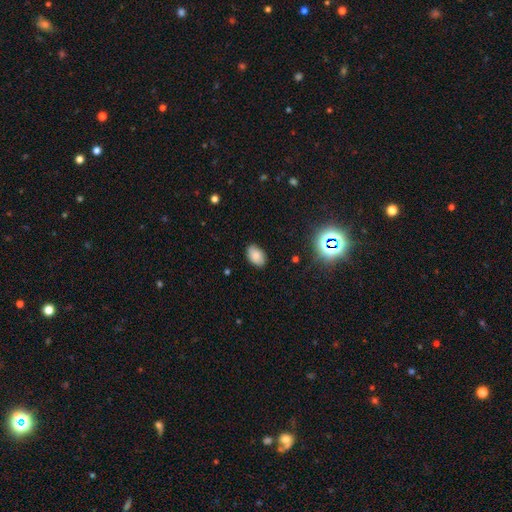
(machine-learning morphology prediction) This appears to be a smooth galaxy with no disk features (82%) that is in between round and cigar-shaped (89%). Merging: none (83%).